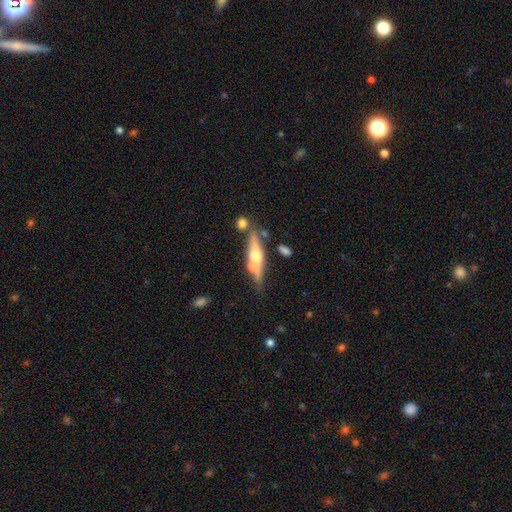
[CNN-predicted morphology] Smooth or featured: featured or disk — 65% (smooth — 28%)
Edge-on disk: yes — 91% (no — 9%)
Edge-on bulge: rounded — 91% (boxy — 6%)
Merging: none — 62% (merger — 18%)